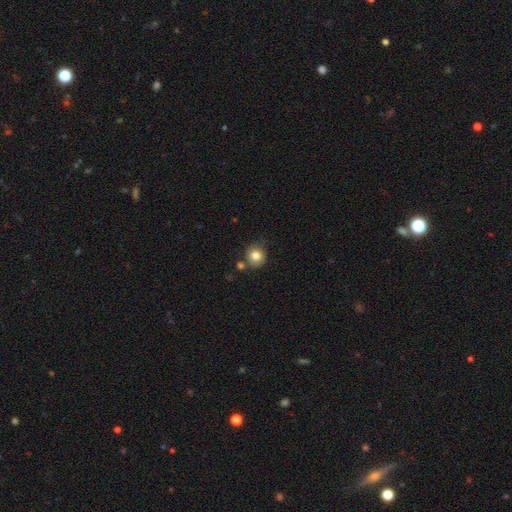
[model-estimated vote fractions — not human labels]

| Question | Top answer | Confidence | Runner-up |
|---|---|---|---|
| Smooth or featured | smooth | 81% | star or artifact (10%) |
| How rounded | round | 84% | in between (15%) |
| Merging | none | 73% | minor disturbance (14%) |